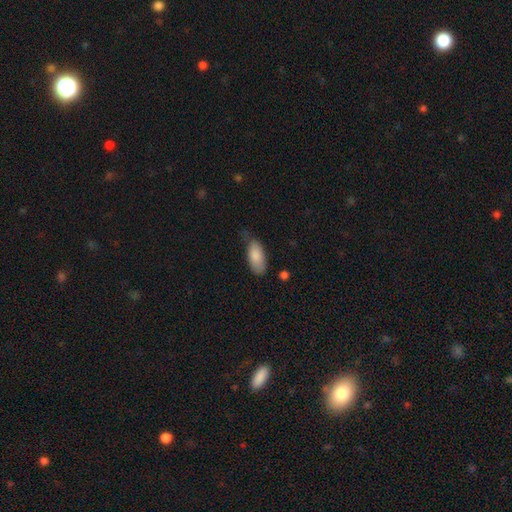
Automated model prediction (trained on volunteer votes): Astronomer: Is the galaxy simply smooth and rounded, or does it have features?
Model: smooth — 86%.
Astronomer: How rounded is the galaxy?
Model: in between — 89%.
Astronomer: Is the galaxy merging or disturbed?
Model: none — 56% (runner-up: minor disturbance, 34%).